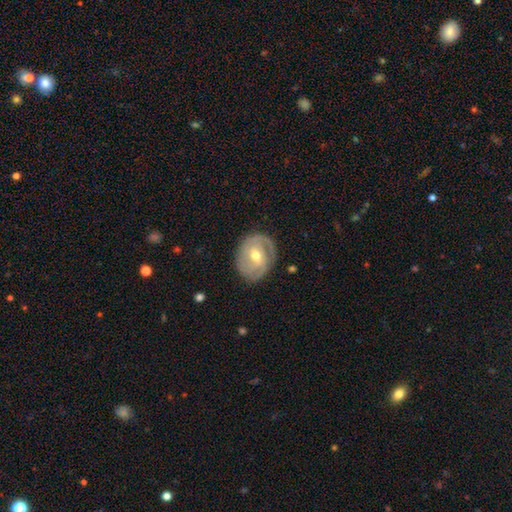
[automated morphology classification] Smooth or featured? Predicted: featured or disk (p=0.76). Edge-on disk? Predicted: no (p=0.96). Bar? Predicted: no (p=0.43, tied with weak). Spiral arms? Predicted: yes (p=0.86). Spiral winding? Predicted: tight (p=0.62). Spiral arm count? Predicted: 2 (p=0.45). Bulge size? Predicted: moderate (p=0.71). Merging? Predicted: none (p=0.75).